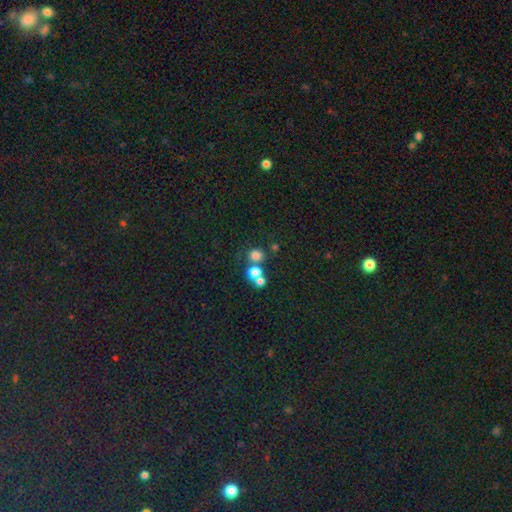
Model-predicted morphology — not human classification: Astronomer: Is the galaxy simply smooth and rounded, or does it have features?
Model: smooth — 74%.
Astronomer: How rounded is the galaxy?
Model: round — 84%.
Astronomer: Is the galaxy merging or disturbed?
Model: none — 60%.